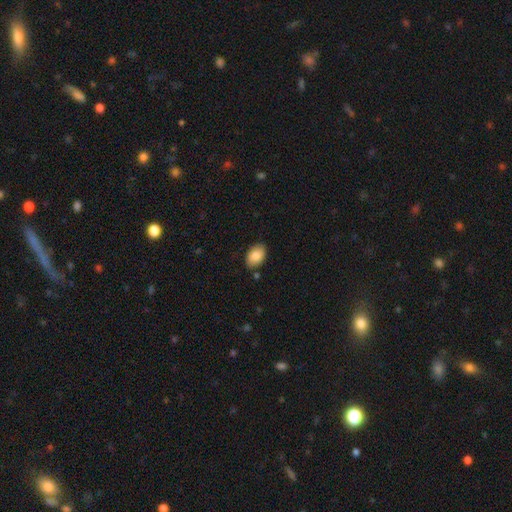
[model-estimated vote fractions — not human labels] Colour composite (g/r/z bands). It shows a smooth galaxy with no disk features (85%) that is in between round and cigar-shaped (89%). Merging: none (83%).